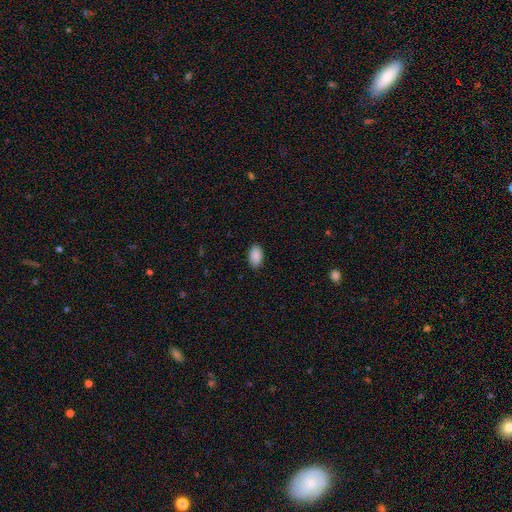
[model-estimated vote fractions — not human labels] Smooth or featured? smooth (91%)
How rounded? in between (94%)
Merging? none (87%)